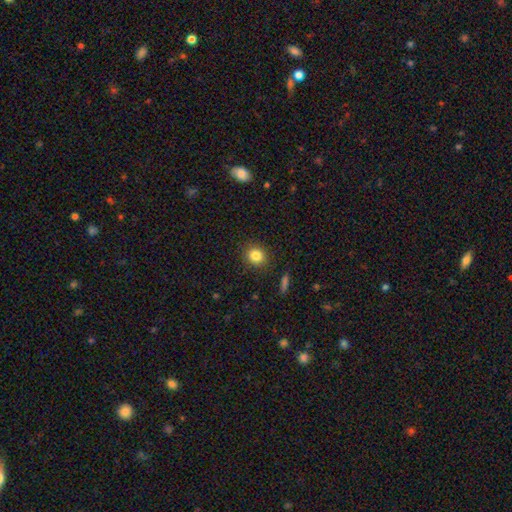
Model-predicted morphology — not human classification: Smooth or featured: smooth — 83% (star or artifact — 11%)
How rounded: round — 84% (in between — 15%)
Merging: none — 89% (minor disturbance — 7%)